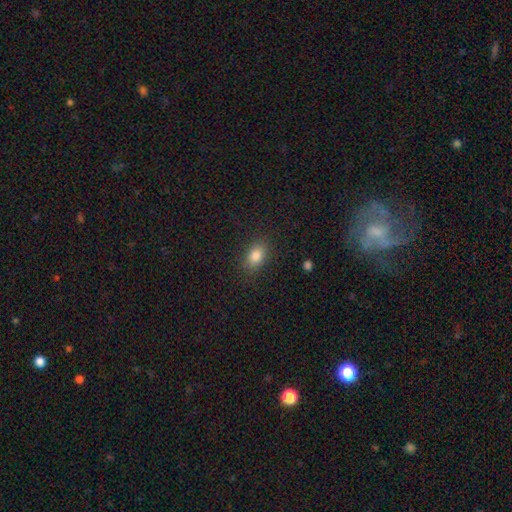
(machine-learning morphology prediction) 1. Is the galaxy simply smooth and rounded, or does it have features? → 84% smooth, 10% star or artifact, 6% featured or disk.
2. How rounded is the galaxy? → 83% in between, 15% round, 2% cigar-shaped.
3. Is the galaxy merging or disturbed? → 85% none, 10% minor disturbance, 3% major disturbance, 1% merger.